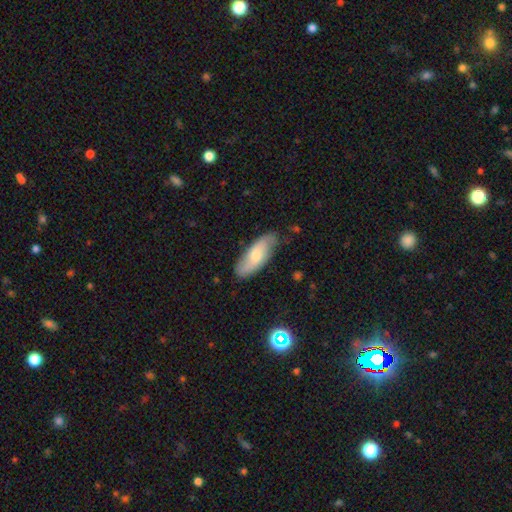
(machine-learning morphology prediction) type=smooth (53%); roundness=in between (70%); merging=none (79%).